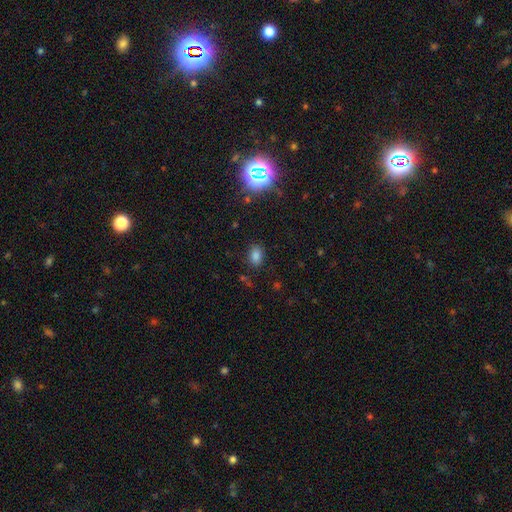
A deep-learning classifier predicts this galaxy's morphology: Smooth or featured: smooth — 78% (star or artifact — 17%)
How rounded: in between — 74% (round — 25%)
Merging: none — 82% (minor disturbance — 12%)